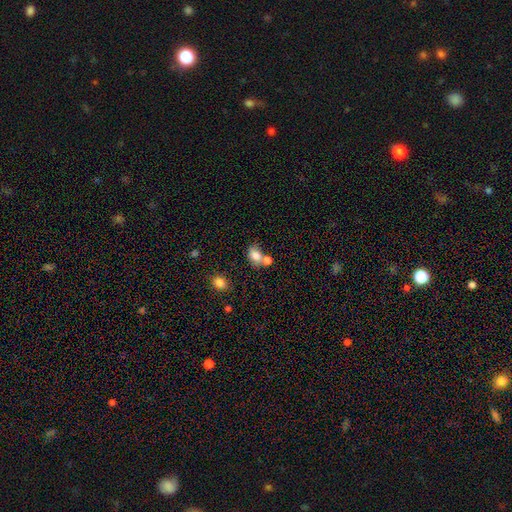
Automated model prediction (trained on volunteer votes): A smooth galaxy with no disk features (79%) that is in between round and cigar-shaped (61%). Merging: merger (44%).